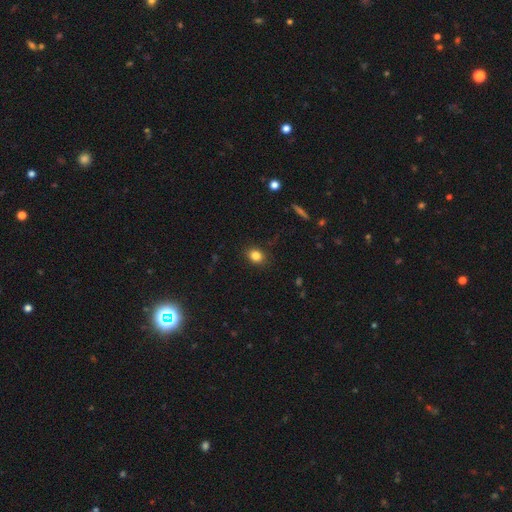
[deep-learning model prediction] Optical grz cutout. It shows a smooth galaxy with no disk features (83%) that is round (57%). Merging: none (88%).